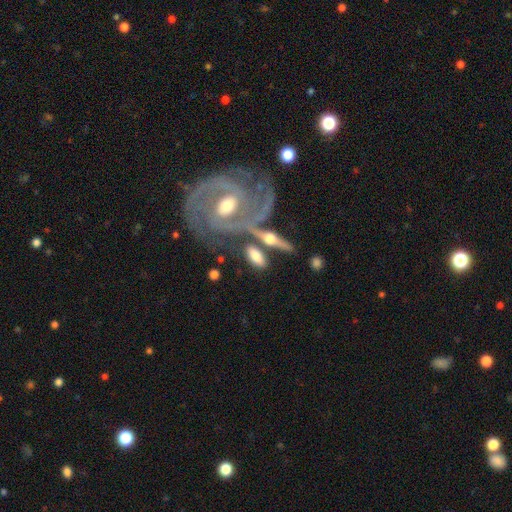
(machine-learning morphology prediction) Overall: smooth (57%; featured or disk 38%). How rounded: in between (74%). Merging: none (51%; merger 27%).